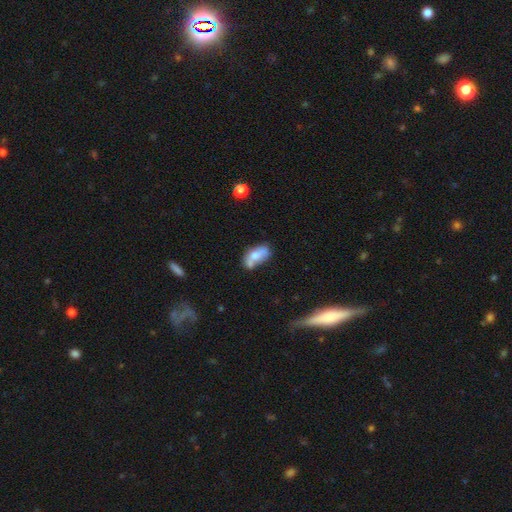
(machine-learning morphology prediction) smooth-or-featured: smooth: 60% | featured or disk: 31% | star or artifact: 8%
  how-rounded: in between: 88% | round: 6% | cigar-shaped: 6%
  merging: none: 38% | merger: 28% | minor disturbance: 23% | major disturbance: 10%